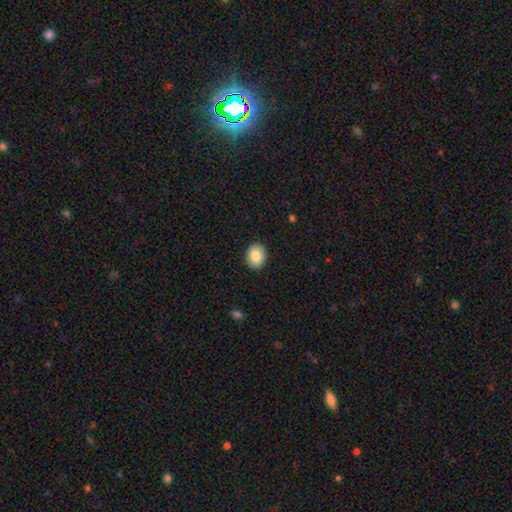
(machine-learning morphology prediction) Smooth or featured: smooth — 85% (star or artifact — 8%)
How rounded: in between — 50% (round — 49%)
Merging: none — 91% (minor disturbance — 7%)